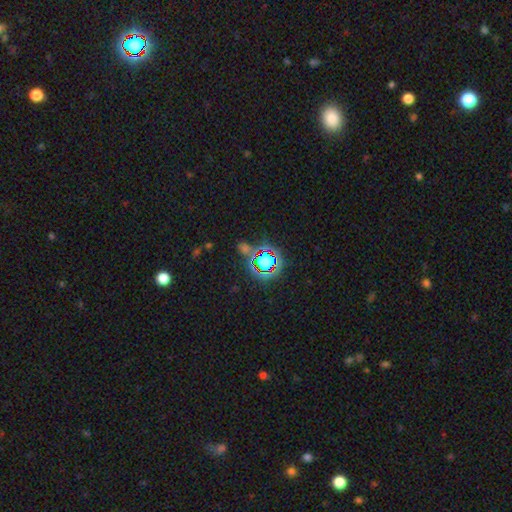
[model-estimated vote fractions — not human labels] This appears to be a star or artifact, not a galaxy (78%).